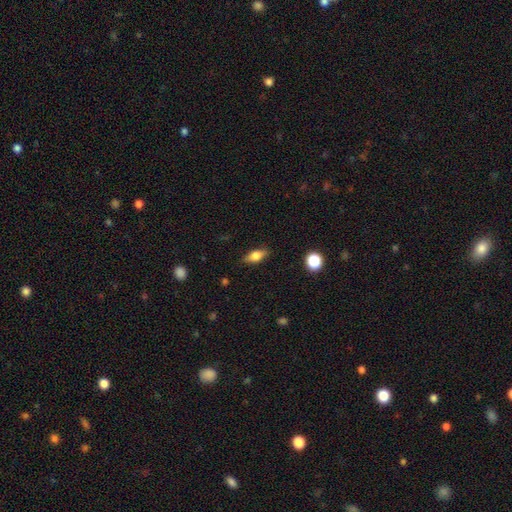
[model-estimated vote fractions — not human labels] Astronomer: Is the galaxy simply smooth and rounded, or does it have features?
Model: smooth — 70%.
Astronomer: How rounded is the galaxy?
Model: in between — 79%.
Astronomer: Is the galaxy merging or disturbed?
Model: none — 84%.